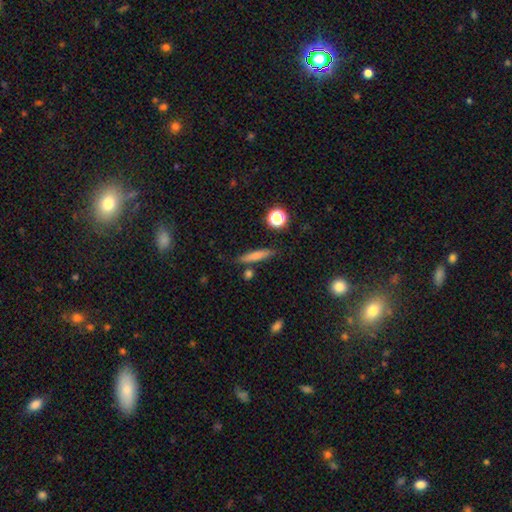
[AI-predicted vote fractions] Smooth or featured? Predicted: smooth (p=0.73). How rounded? Predicted: cigar-shaped (p=0.83). Merging? Predicted: none (p=0.80).